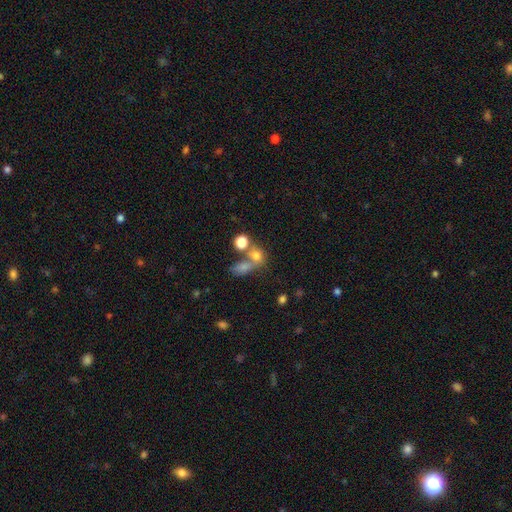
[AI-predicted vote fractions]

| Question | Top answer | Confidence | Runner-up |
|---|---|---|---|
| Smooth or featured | smooth | 72% | star or artifact (15%) |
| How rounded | round | 63% | in between (35%) |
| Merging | merger | 44% | none (39%) |